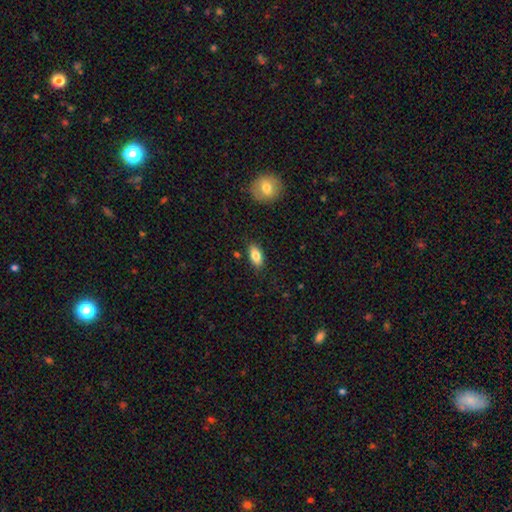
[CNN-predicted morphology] Smooth or featured?
  - smooth: 82% *
  - featured or disk: 11%
  - star or artifact: 7%
How rounded?
  - in between: 89% *
  - cigar-shaped: 7%
  - round: 4%
Merging?
  - none: 85% *
  - minor disturbance: 11%
  - major disturbance: 2%
  - merger: 2%